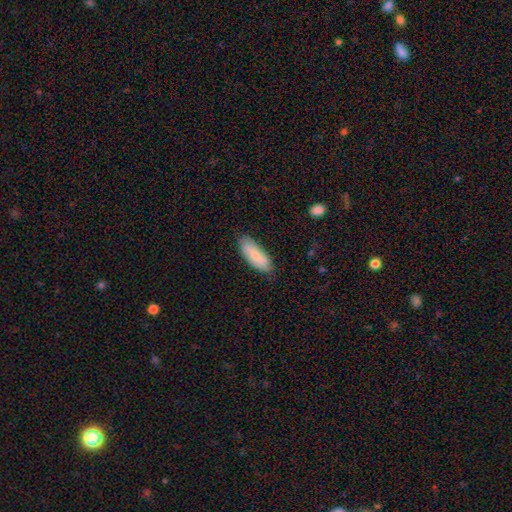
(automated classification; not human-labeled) Overall: smooth (80%). How rounded: in between (66%; cigar-shaped 32%). Merging: none (80%).